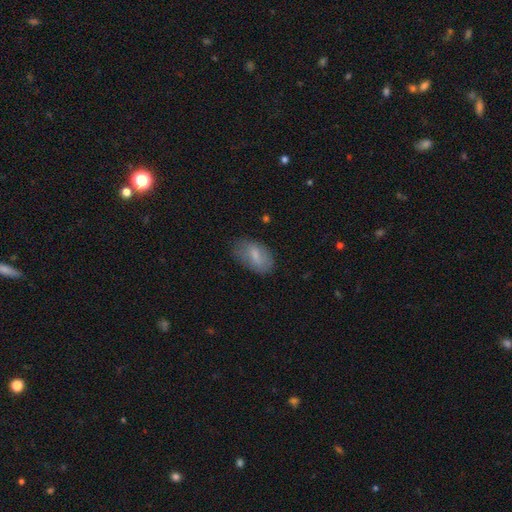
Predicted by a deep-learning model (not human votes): Smooth or featured? smooth (73%)
How rounded? in between (92%)
Merging? none (69%)